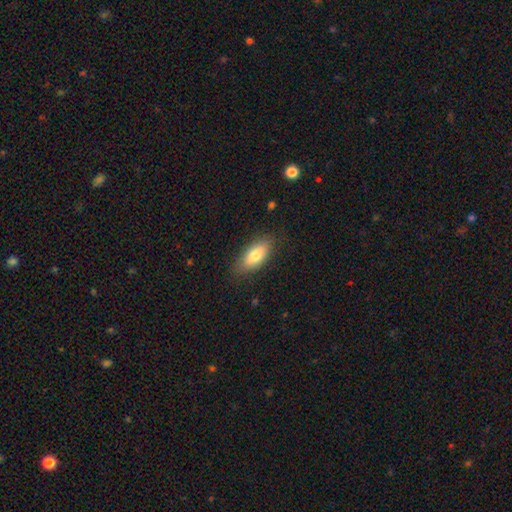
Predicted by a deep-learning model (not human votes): Smooth or featured: smooth — 77% (featured or disk — 16%)
How rounded: in between — 82% (cigar-shaped — 15%)
Merging: none — 83% (minor disturbance — 13%)